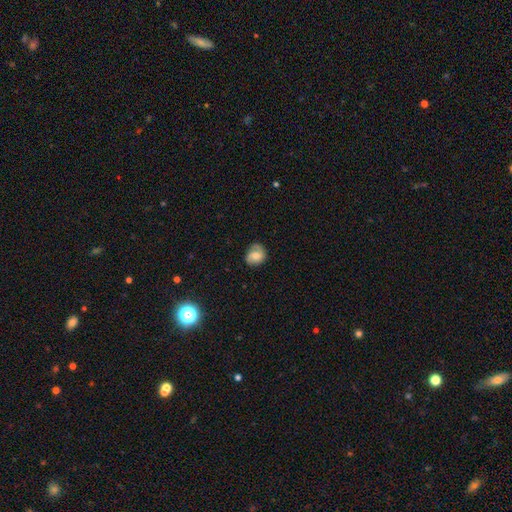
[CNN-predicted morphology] smooth_or_featured: smooth (p=0.57) [alt: featured or disk p=0.35]
how_rounded: round (p=0.63) [alt: in between p=0.36]
merging: none (p=0.63) [alt: minor disturbance p=0.27]